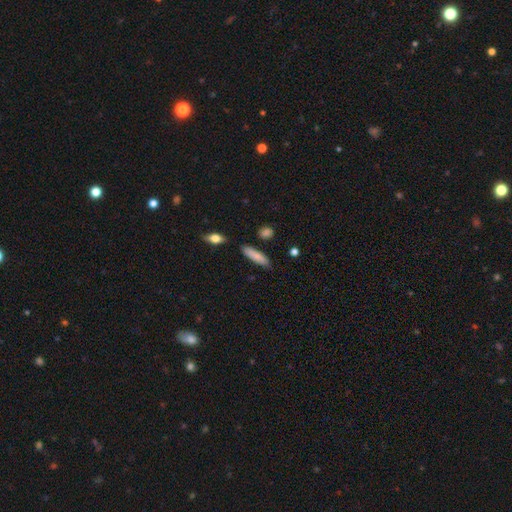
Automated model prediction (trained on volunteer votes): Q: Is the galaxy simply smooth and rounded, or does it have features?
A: smooth — 82%.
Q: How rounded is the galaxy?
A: cigar-shaped — 70%.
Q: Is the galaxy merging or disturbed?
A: none — 83%.